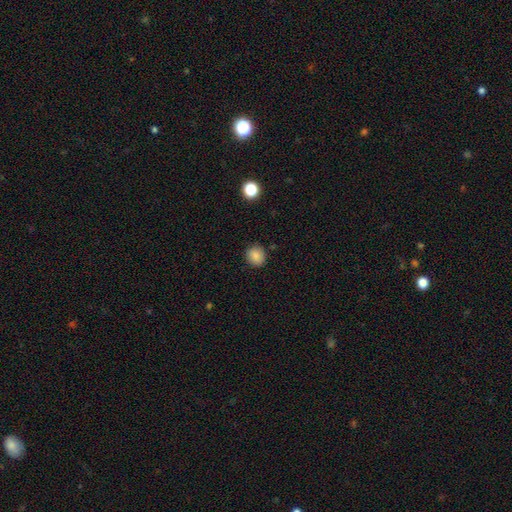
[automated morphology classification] This appears to be a smooth galaxy with no disk features (86%) that is round (81%). Merging: none (87%).